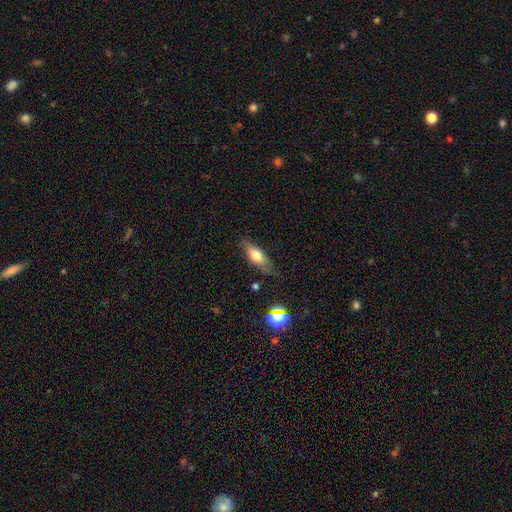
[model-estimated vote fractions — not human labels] Smooth or featured? Predicted: smooth (p=0.65). How rounded? Predicted: in between (p=0.67). Merging? Predicted: none (p=0.73).